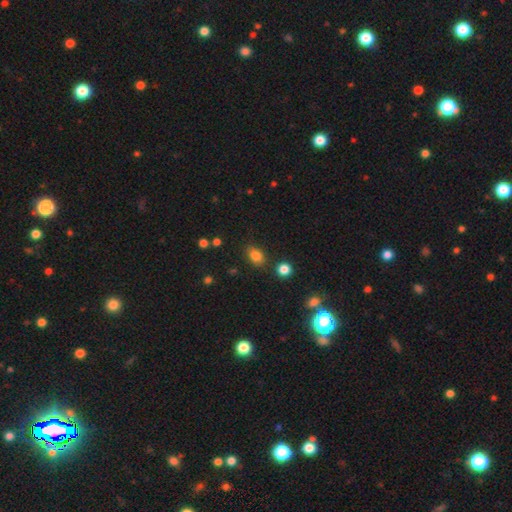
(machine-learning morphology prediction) A smooth galaxy with no disk features (82%) that is in between round and cigar-shaped (77%). Merging: none (79%).